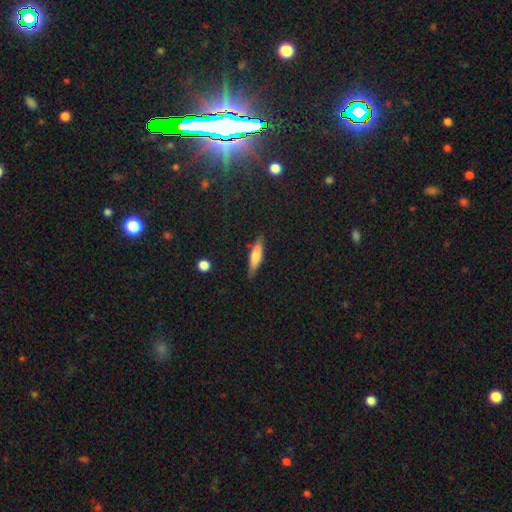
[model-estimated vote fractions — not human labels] This is possibly a smooth galaxy (60%). How rounded: likely cigar-shaped (72%). Merging: clearly none (84%).